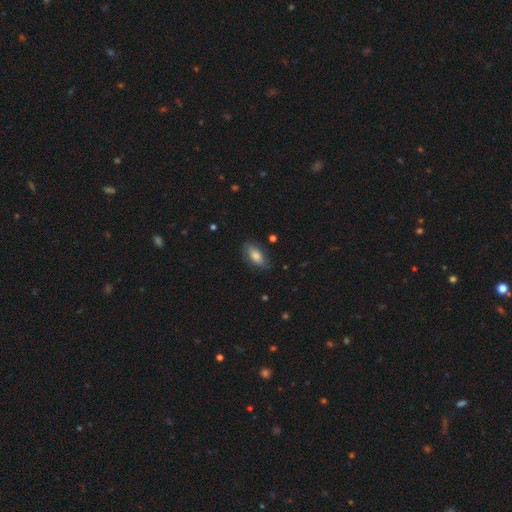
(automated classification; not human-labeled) A smooth galaxy with no disk features (79%) that is in between round and cigar-shaped (86%). Merging: none (78%).